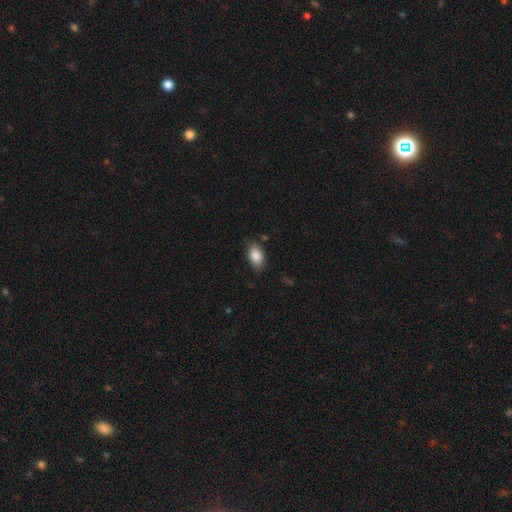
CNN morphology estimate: Smooth or featured?
  - smooth: 87% *
  - star or artifact: 7%
  - featured or disk: 6%
How rounded?
  - in between: 90% *
  - round: 8%
  - cigar-shaped: 2%
Merging?
  - none: 81% *
  - minor disturbance: 15%
  - major disturbance: 3%
  - merger: 1%